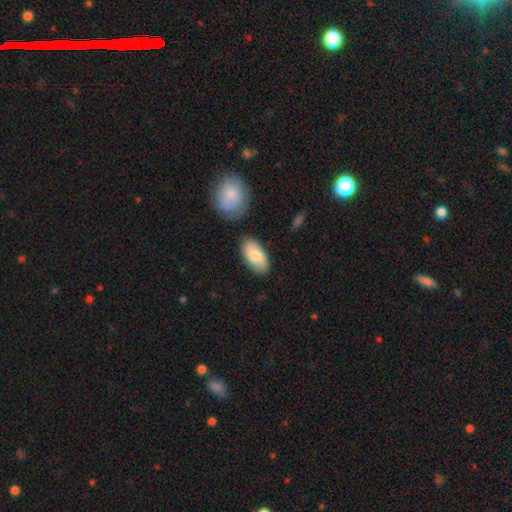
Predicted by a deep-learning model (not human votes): Smooth or featured? smooth (71%)
How rounded? in between (93%)
Merging? none (79%)